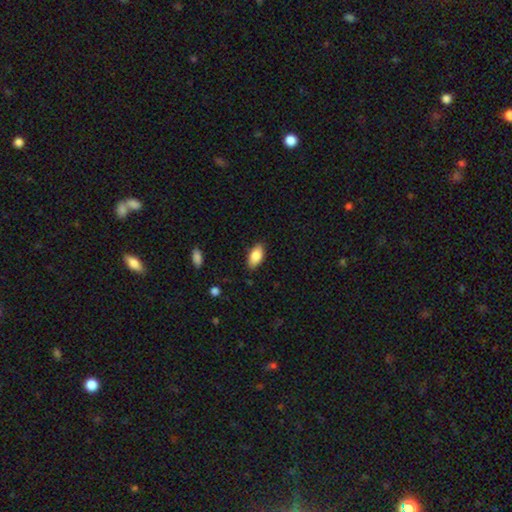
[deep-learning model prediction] smooth 85%, featured or disk 9%, star or artifact 7%. Down the decision tree: how rounded — in between (92%); merging — none (86%).